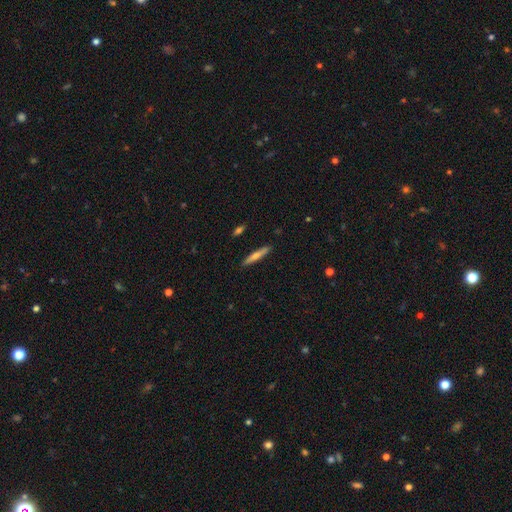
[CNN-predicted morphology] smooth_or_featured: smooth (p=0.47) [tied with: featured or disk p=0.47]
merging: none (p=0.90) [alt: minor disturbance p=0.07]